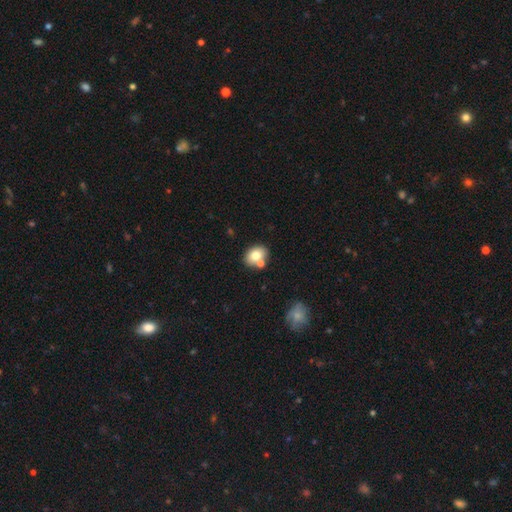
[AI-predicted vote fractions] Morphology: type=smooth (75%); roundness=in between (60%); merging=none (61%).